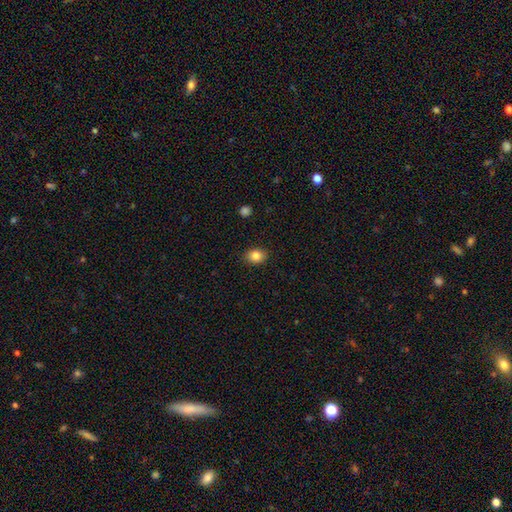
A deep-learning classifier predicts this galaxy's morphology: smooth 85%, star or artifact 9%, featured or disk 6%. Down the decision tree: how rounded — in between (58%); merging — none (89%).